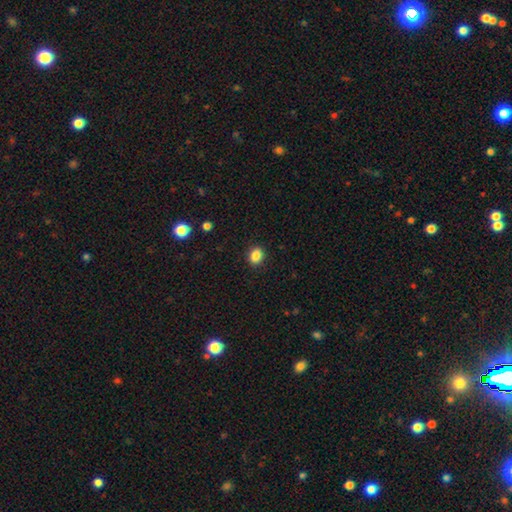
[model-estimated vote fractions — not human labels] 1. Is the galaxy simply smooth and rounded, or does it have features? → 87% smooth, 10% star or artifact, 3% featured or disk.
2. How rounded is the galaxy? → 51% in between, 48% round, 1% cigar-shaped.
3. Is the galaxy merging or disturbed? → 90% none, 7% minor disturbance, 2% major disturbance, 1% merger.